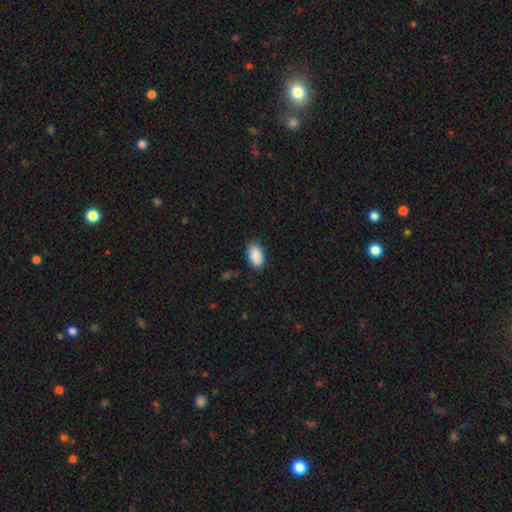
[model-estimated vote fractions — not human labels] Morphology: type=smooth (91%); roundness=in between (95%); merging=none (87%).